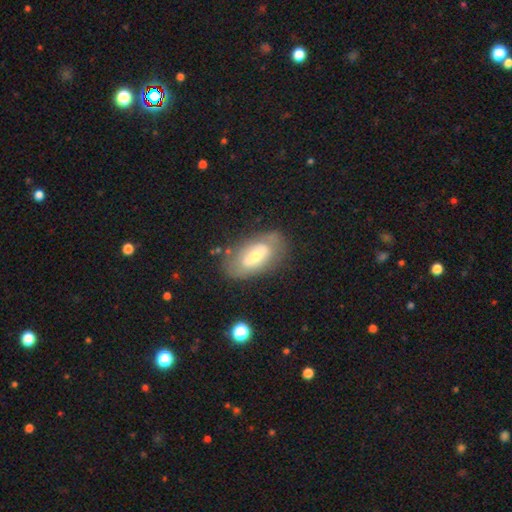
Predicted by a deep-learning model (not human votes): Smooth or featured: featured or disk — 55% (smooth — 38%)
Edge-on disk: no — 89% (yes — 11%)
Merging: none — 72% (minor disturbance — 18%)